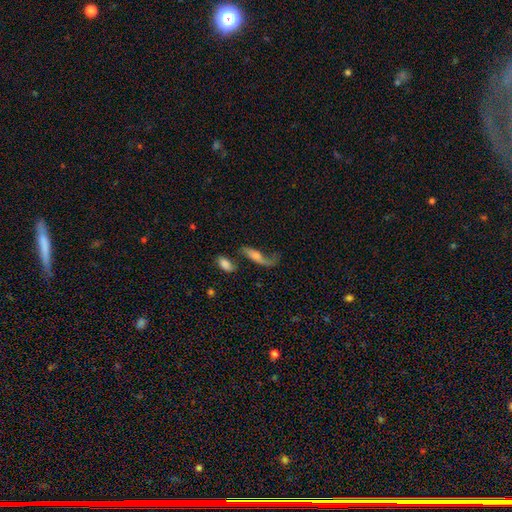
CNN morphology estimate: featured or disk 64%, smooth 26%, star or artifact 10%. Down the decision tree: edge-on disk — no (81%); bar — no (59%); spiral arms — yes (84%); bulge size — small (36%, tied with moderate); merging — none (39%).